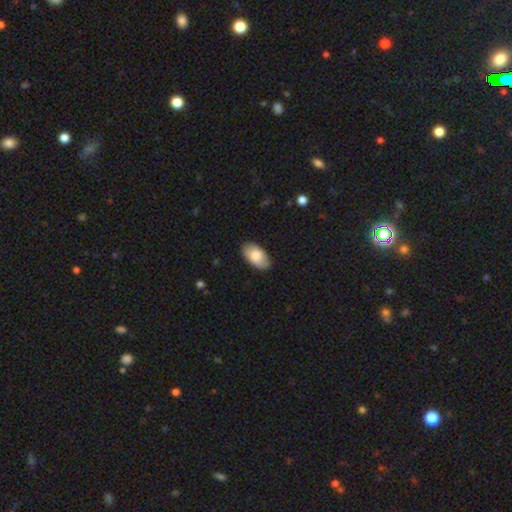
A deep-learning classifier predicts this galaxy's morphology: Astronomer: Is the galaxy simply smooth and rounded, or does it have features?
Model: smooth — 84%.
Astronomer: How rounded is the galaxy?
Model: in between — 95%.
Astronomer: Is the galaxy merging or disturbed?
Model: none — 87%.